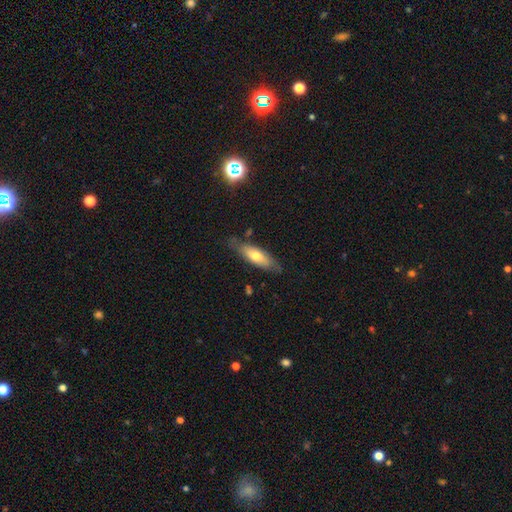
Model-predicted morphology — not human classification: Q: Smooth or featured?
A: smooth (61%); runner-up: featured or disk (33%)
Q: How rounded?
A: in between (57%); runner-up: cigar-shaped (41%)
Q: Merging?
A: none (74%); runner-up: minor disturbance (20%)